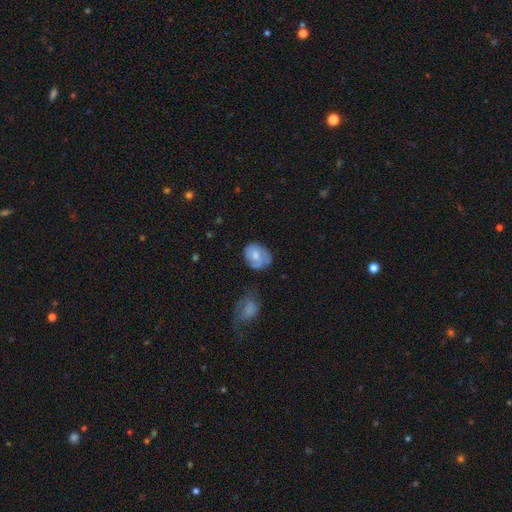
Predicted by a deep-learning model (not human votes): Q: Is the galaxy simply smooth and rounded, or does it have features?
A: smooth — 58%.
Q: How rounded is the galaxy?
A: in between — 56%.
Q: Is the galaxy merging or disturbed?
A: none — 51%.